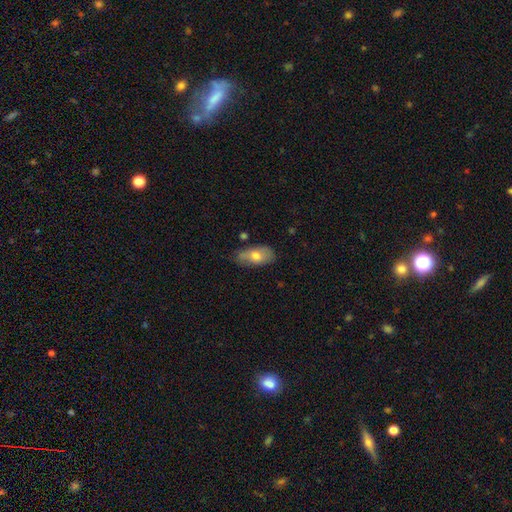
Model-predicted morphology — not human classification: smooth_or_featured: smooth (p=0.70) [alt: featured or disk p=0.23]
how_rounded: in between (p=0.90) [alt: cigar-shaped p=0.05]
merging: none (p=0.64) [alt: minor disturbance p=0.26]